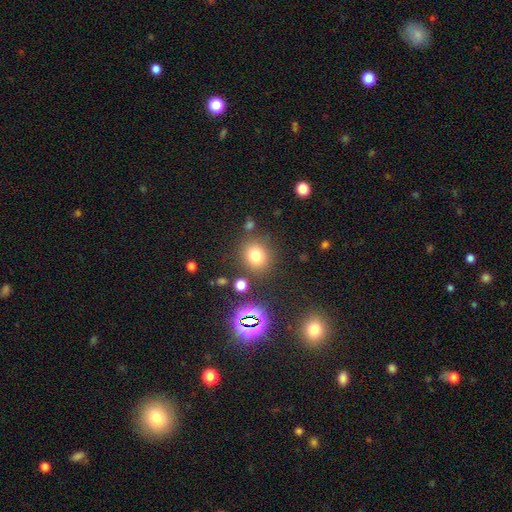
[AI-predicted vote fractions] Morphology: type=smooth (73%); roundness=round (80%); merging=none (80%).